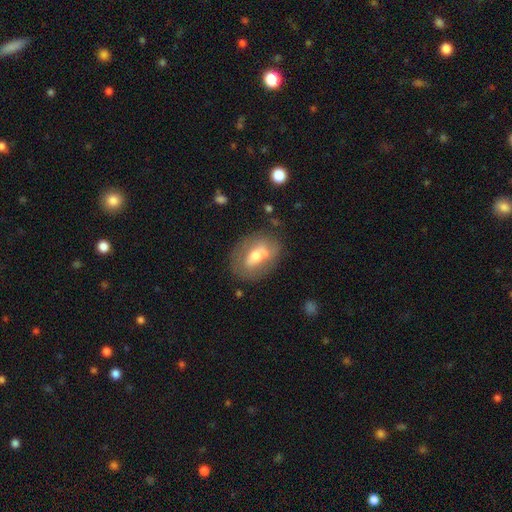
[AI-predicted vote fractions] Smooth or featured: smooth — 50% (featured or disk — 43%)
Merging: none — 56% (minor disturbance — 19%)